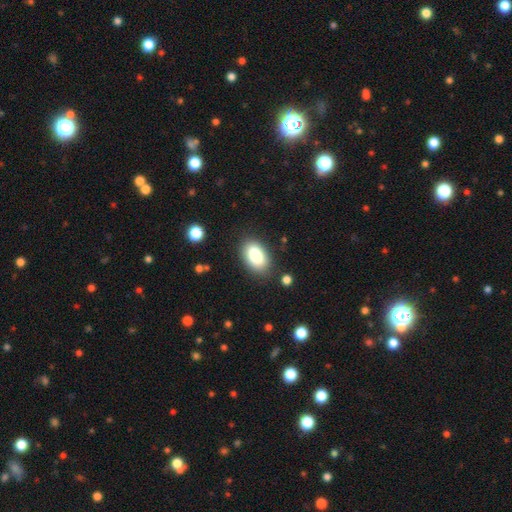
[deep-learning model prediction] Morphology: type=smooth (86%); roundness=in between (92%); merging=none (83%).